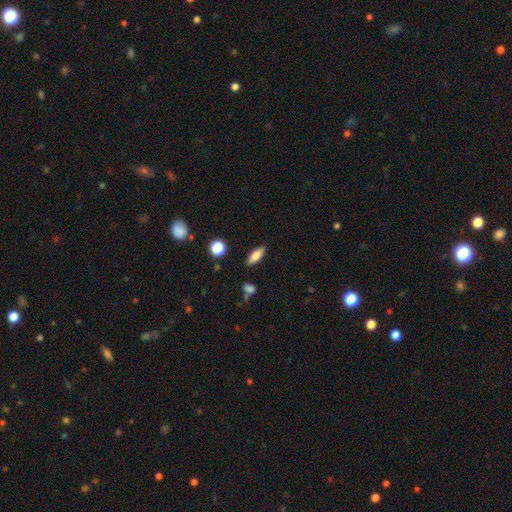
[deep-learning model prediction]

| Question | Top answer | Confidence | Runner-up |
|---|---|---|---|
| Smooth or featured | smooth | 73% | featured or disk (18%) |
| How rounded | in between | 67% | cigar-shaped (29%) |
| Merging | none | 87% | minor disturbance (9%) |